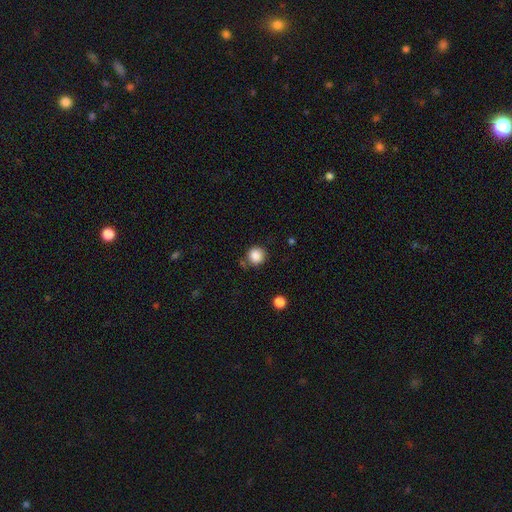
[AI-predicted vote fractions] smooth 86%, star or artifact 10%, featured or disk 4%. Down the decision tree: how rounded — round (92%); merging — none (78%).